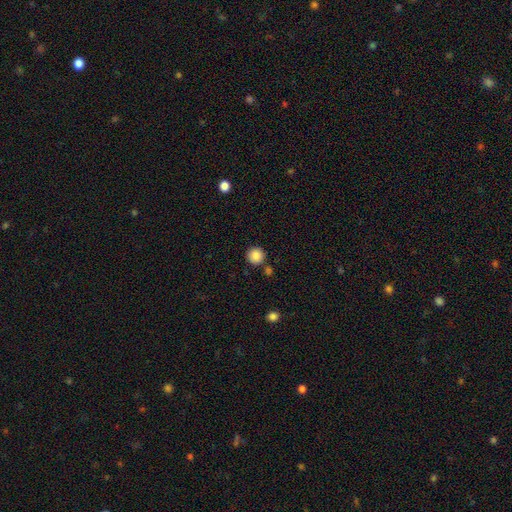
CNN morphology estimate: Q: Smooth or featured?
A: smooth (87%); runner-up: star or artifact (9%)
Q: How rounded?
A: round (94%); runner-up: in between (5%)
Q: Merging?
A: none (84%); runner-up: minor disturbance (8%)